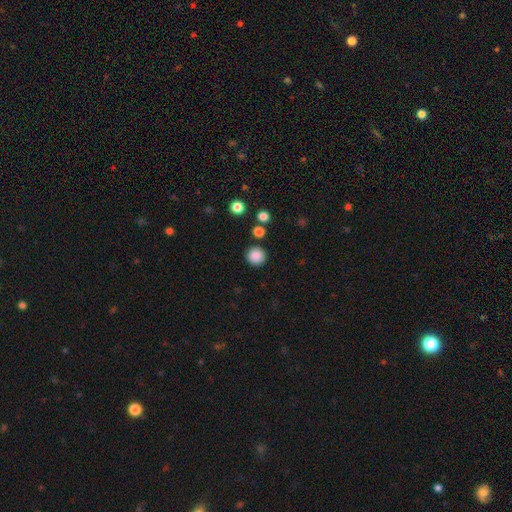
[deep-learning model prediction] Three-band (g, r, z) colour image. It shows a smooth galaxy with no disk features (87%) that is round (94%). Merging: none (89%).